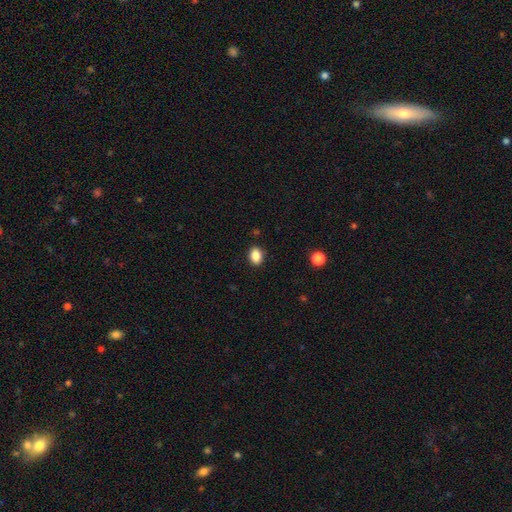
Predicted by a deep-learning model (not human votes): Smooth or featured? Predicted: smooth (p=0.88). How rounded? Predicted: in between (p=0.74). Merging? Predicted: none (p=0.88).